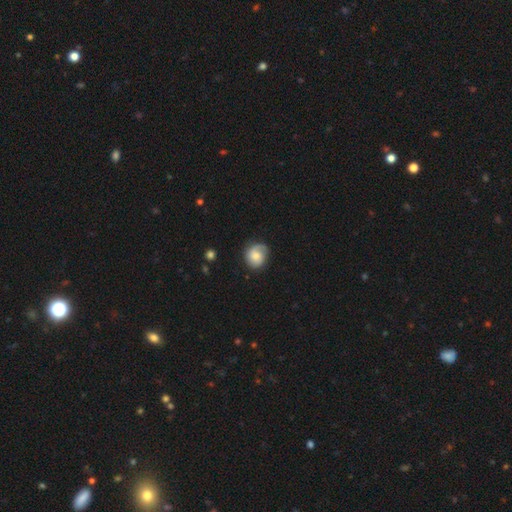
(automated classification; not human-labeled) smooth_or_featured: smooth (p=0.49) [alt: featured or disk p=0.43]
merging: none (p=0.69) [alt: minor disturbance p=0.22]